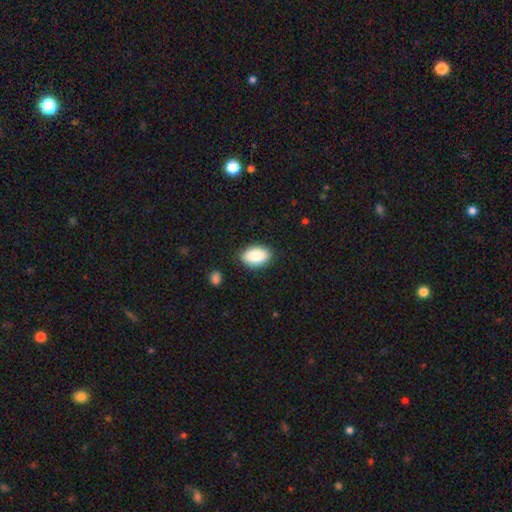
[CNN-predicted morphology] type=smooth (85%); roundness=in between (90%); merging=none (87%).